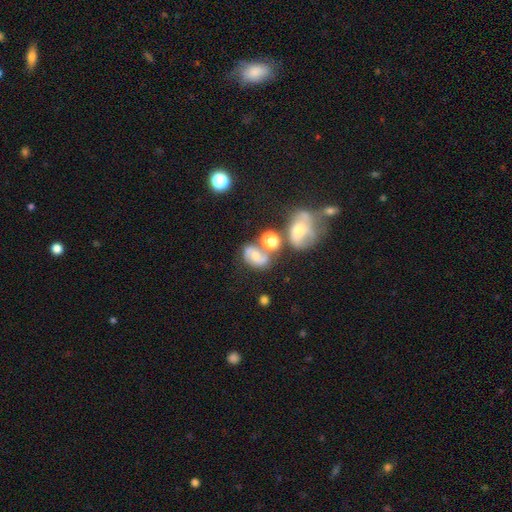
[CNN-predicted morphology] featured or disk 57%, smooth 30%, star or artifact 13%. Down the decision tree: edge-on disk — no (97%); bar — no (52%); spiral arms — yes (87%); bulge size — moderate (50%); merging — none (47%).